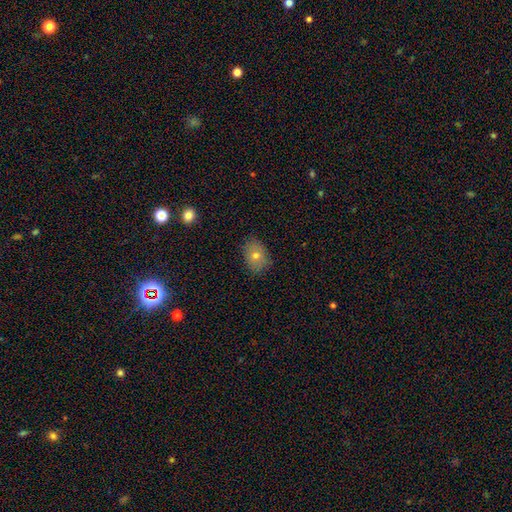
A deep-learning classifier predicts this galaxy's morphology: A smooth galaxy with no disk features (70%) that is in between round and cigar-shaped (68%).

Vote fractions:
- Smooth or featured? smooth: 70% / featured or disk: 17% / star or artifact: 13%
- How rounded? in between: 68% / round: 31% / cigar-shaped: 1%
- Merging? none: 82% / minor disturbance: 14% / major disturbance: 3% / merger: 1%